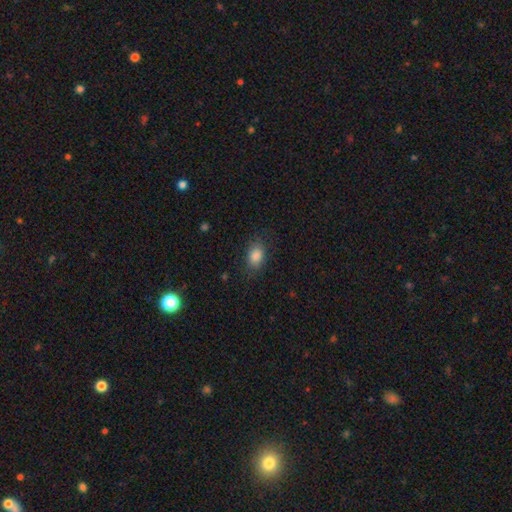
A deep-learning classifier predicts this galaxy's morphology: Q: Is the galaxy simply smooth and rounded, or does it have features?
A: smooth — 86%.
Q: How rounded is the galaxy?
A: in between — 81%.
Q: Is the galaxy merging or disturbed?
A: none — 81%.